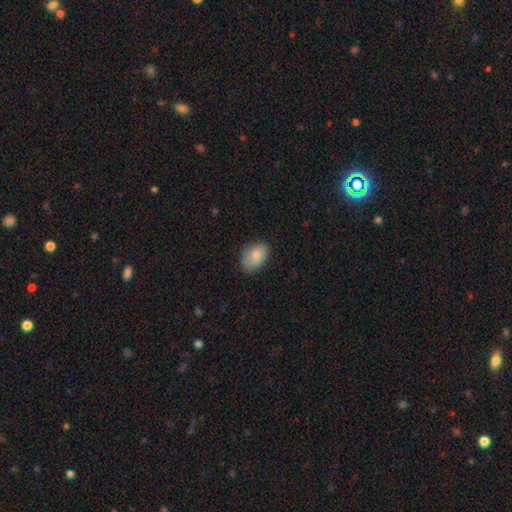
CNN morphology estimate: A smooth galaxy with no disk features (80%) that is in between round and cigar-shaped (81%). Merging: none (76%).